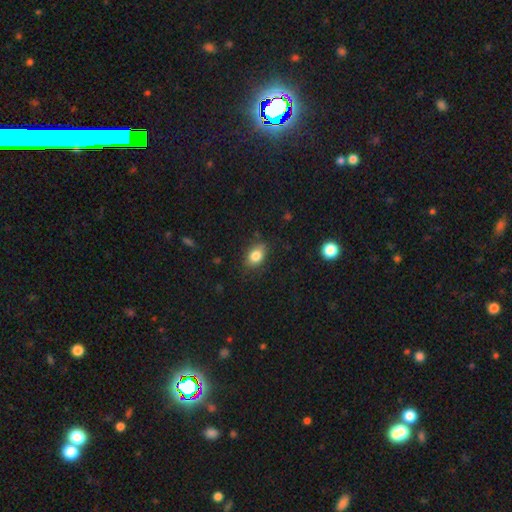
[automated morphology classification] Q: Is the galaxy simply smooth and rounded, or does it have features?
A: smooth — 83%.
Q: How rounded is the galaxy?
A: in between — 77%.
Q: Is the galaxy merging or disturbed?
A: none — 77%.